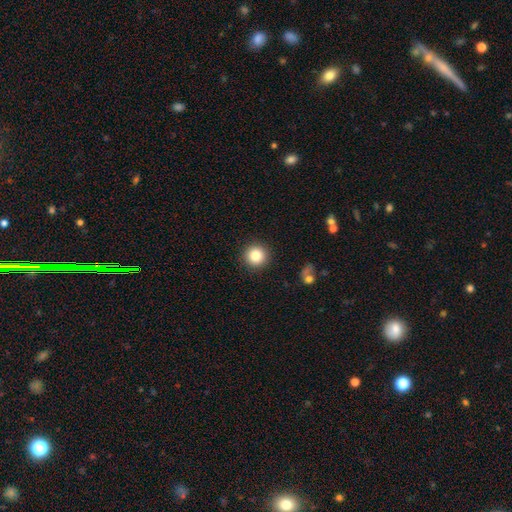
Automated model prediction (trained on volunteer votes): The model was most divided on "smooth or featured": smooth: 84%, star or artifact: 10%, featured or disk: 6%. More confident: how rounded — round (95%); merging — none (91%).